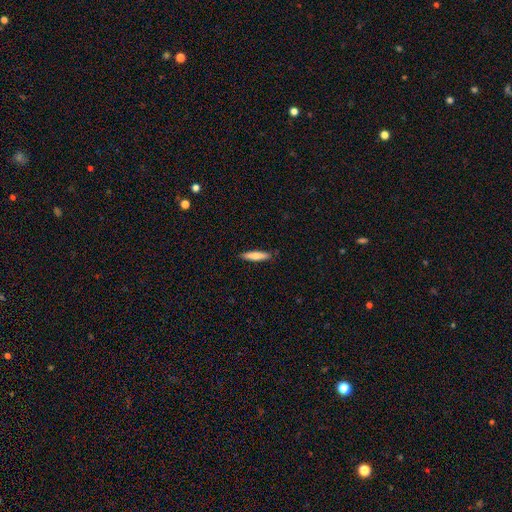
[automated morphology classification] A smooth galaxy with no disk features (77%) that is cigar-shaped (85%).

Vote fractions:
- Smooth or featured? smooth: 77% / featured or disk: 17% / star or artifact: 6%
- How rounded? cigar-shaped: 85% / in between: 14% / round: 1%
- Merging? none: 88% / minor disturbance: 9% / major disturbance: 2% / merger: 1%